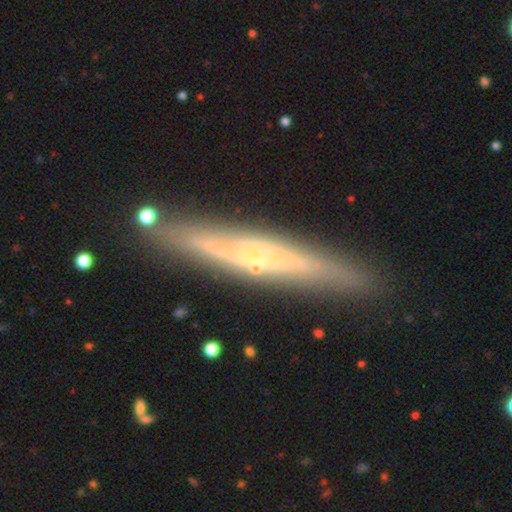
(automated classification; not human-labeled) A featured or disk galaxy (69%) viewed edge-on (91%) with no central bulge (51%). Merging: none (85%).